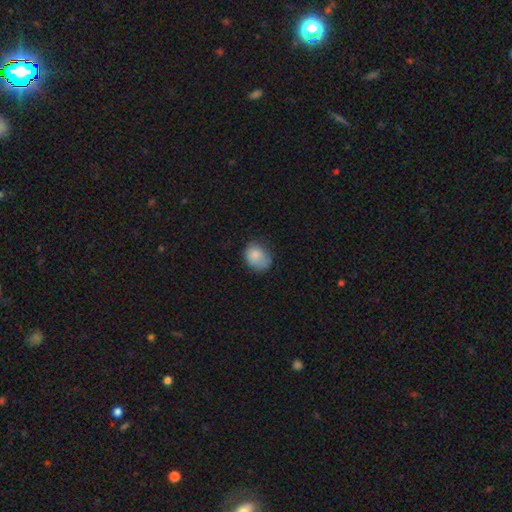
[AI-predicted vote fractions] This appears to be a smooth galaxy with no disk features (81%) that is in between round and cigar-shaped (56%). Merging: none (55%).